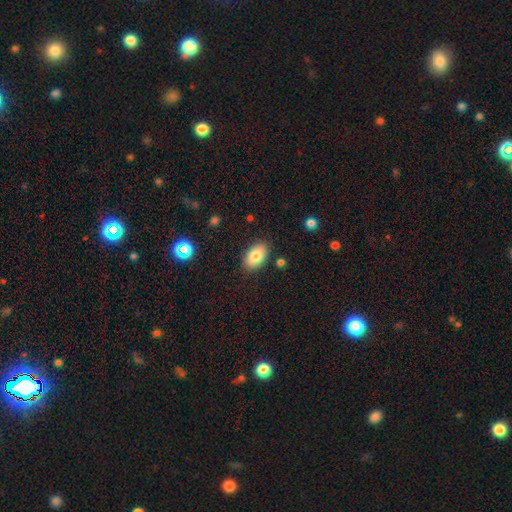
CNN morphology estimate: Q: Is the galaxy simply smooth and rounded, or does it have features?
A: smooth — 81%.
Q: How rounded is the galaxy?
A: in between — 91%.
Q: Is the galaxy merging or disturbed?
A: none — 85%.